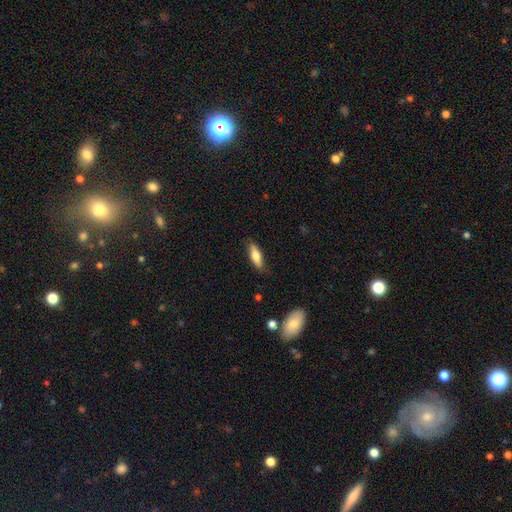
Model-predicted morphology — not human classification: Smooth or featured? Predicted: smooth (p=0.70). How rounded? Predicted: in between (p=0.53). Merging? Predicted: none (p=0.81).